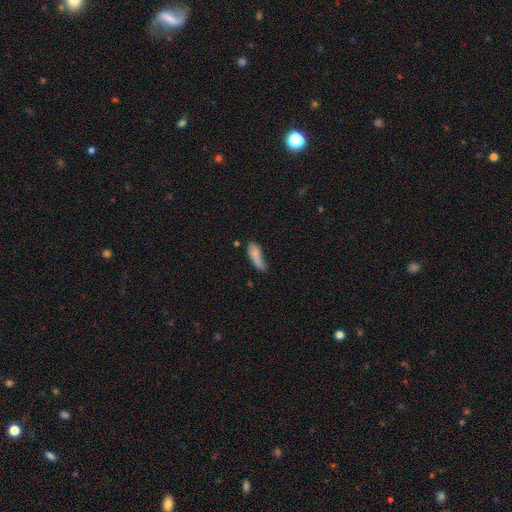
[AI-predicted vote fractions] Smooth or featured? Predicted: smooth (p=0.77). How rounded? Predicted: in between (p=0.60). Merging? Predicted: none (p=0.41).